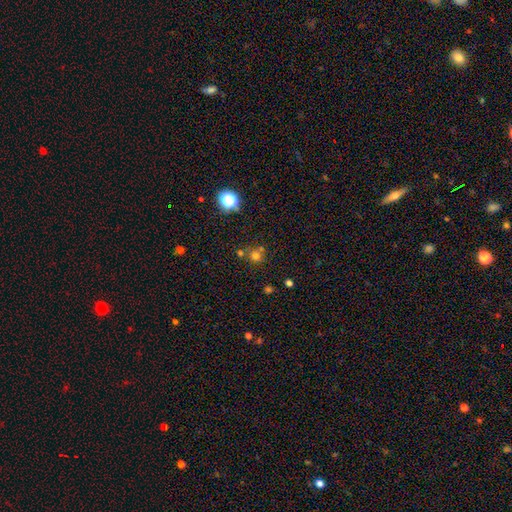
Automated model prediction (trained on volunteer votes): Smooth or featured? smooth (67%)
How rounded? round (90%)
Merging? none (64%)